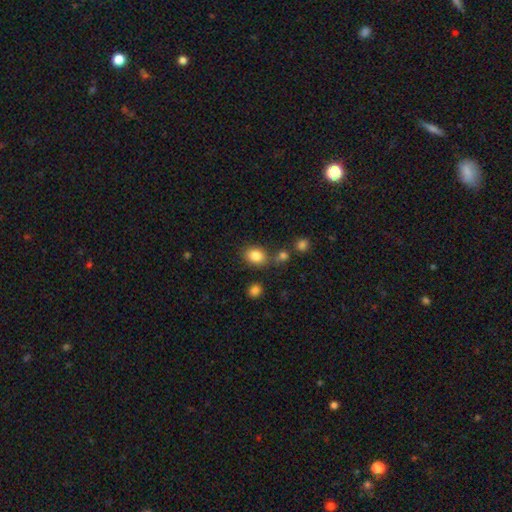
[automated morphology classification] smooth 84%, star or artifact 10%, featured or disk 6%. Down the decision tree: how rounded — in between (52%); merging — none (71%).